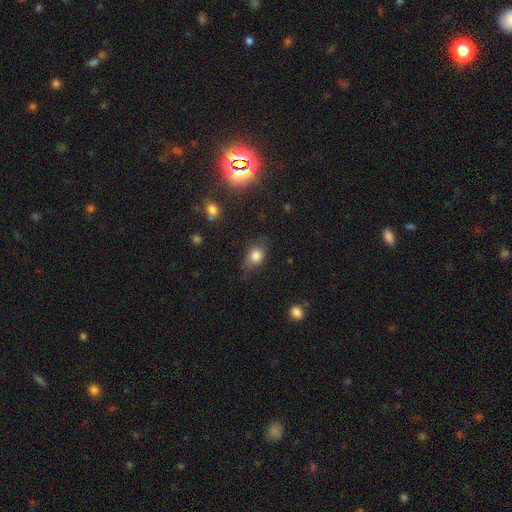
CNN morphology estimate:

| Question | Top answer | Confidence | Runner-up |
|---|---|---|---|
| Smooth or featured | smooth | 79% | star or artifact (10%) |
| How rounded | in between | 58% | round (40%) |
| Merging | none | 61% | minor disturbance (27%) |